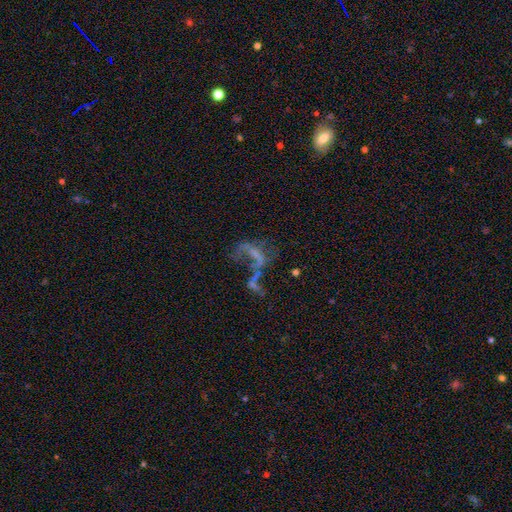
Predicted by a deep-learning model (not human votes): Overall: featured or disk (57%; star or artifact 23%). Edge-on disk: no (95%). Bar: no (70%). Spiral arms: no (71%). Bulge size: none (69%). Merging: major disturbance (42%; merger 28%).